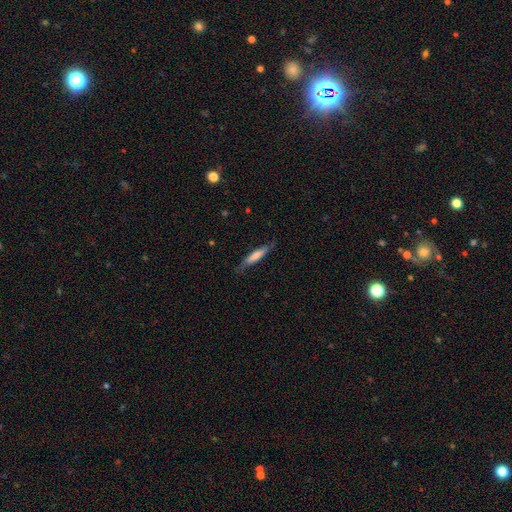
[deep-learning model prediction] This appears to be a smooth galaxy with no disk features (63%) that is cigar-shaped (88%). Merging: none (77%).